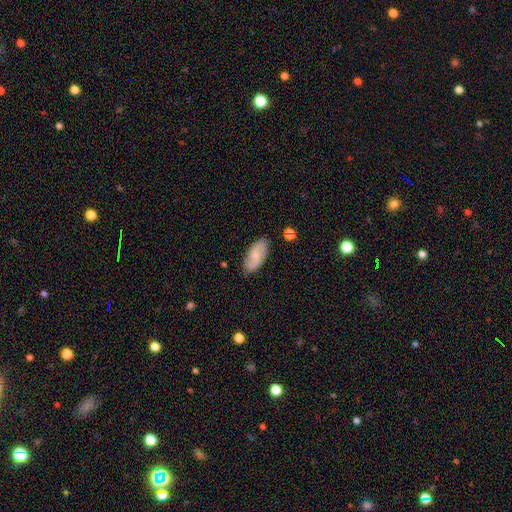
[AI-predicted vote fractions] smooth_or_featured: smooth (p=0.50) [alt: featured or disk p=0.43]
how_rounded: in between (p=0.87) [alt: cigar-shaped p=0.10]
merging: none (p=0.83) [alt: minor disturbance p=0.13]